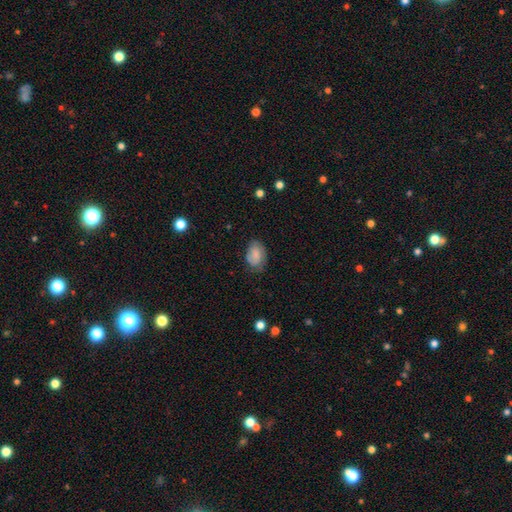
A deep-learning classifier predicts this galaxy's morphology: smooth_or_featured: smooth (p=0.73) [alt: featured or disk p=0.19]
how_rounded: in between (p=0.83) [alt: round p=0.16]
merging: none (p=0.64) [alt: minor disturbance p=0.27]